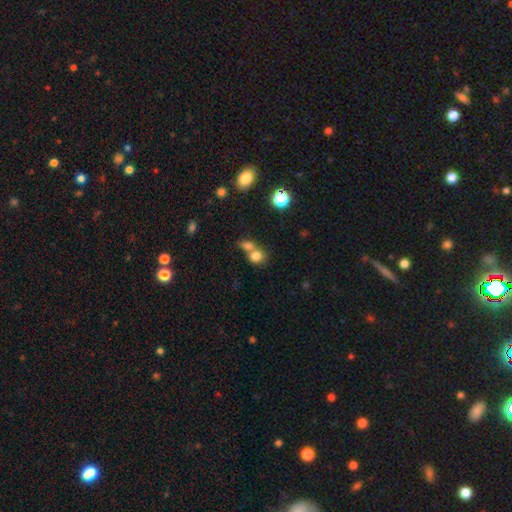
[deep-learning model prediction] Smooth or featured?
  - smooth: 78% *
  - star or artifact: 12%
  - featured or disk: 9%
How rounded?
  - round: 66% *
  - in between: 33%
  - cigar-shaped: 1%
Merging?
  - merger: 57% *
  - none: 32%
  - minor disturbance: 7%
  - major disturbance: 4%